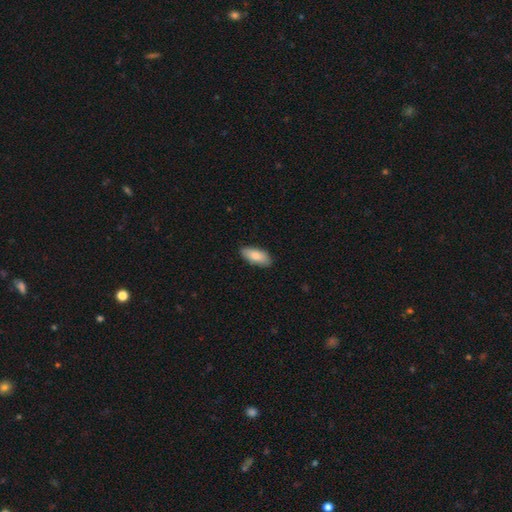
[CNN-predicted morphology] Q: Smooth or featured?
A: smooth (84%); runner-up: featured or disk (10%)
Q: How rounded?
A: in between (87%); runner-up: cigar-shaped (11%)
Q: Merging?
A: none (86%); runner-up: minor disturbance (11%)